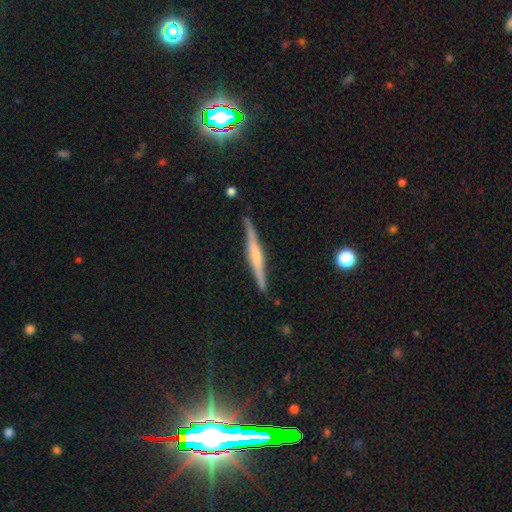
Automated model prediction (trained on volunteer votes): Smooth or featured?
  - featured or disk: 66% *
  - smooth: 28%
  - star or artifact: 6%
Edge-on disk?
  - yes: 97% *
  - no: 3%
Edge-on bulge?
  - rounded: 48% *
  - none: 29%
  - boxy: 23%
Merging?
  - none: 88% *
  - minor disturbance: 9%
  - major disturbance: 2%
  - merger: 2%